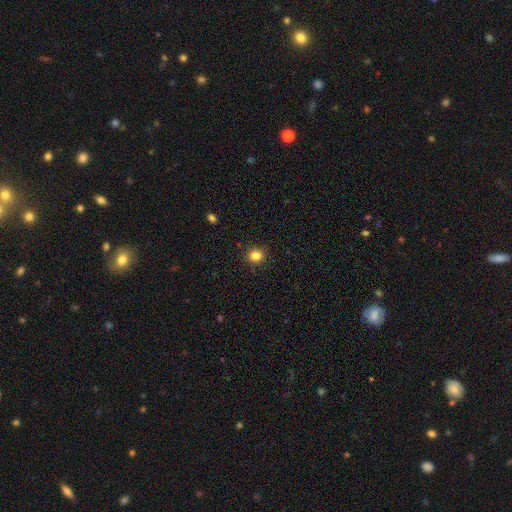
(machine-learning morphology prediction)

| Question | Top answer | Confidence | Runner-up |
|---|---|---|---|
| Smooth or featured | smooth | 83% | star or artifact (12%) |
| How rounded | round | 89% | in between (10%) |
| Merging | none | 91% | minor disturbance (6%) |